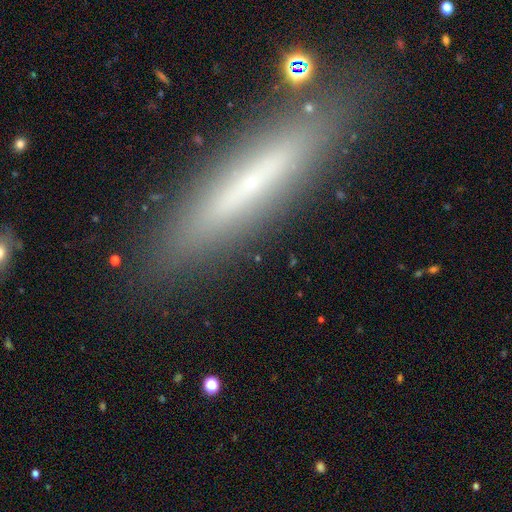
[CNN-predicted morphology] Q: Smooth or featured?
A: featured or disk (51%); runner-up: smooth (38%)
Q: Edge-on disk?
A: yes (80%); runner-up: no (20%)
Q: Merging?
A: none (86%); runner-up: minor disturbance (9%)